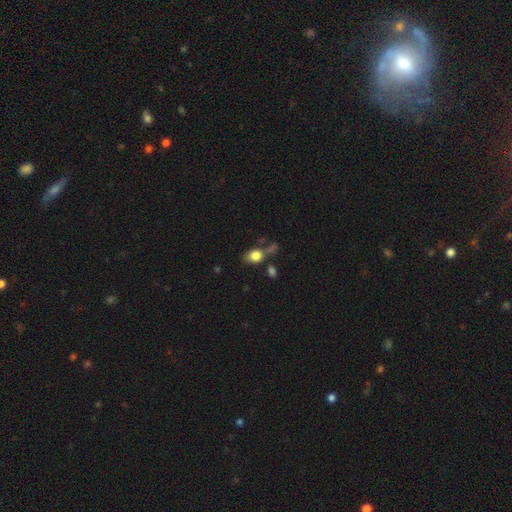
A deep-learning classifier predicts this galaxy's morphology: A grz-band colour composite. It shows a smooth galaxy with no disk features (81%) that is in between round and cigar-shaped (63%). Merging: none (49%).